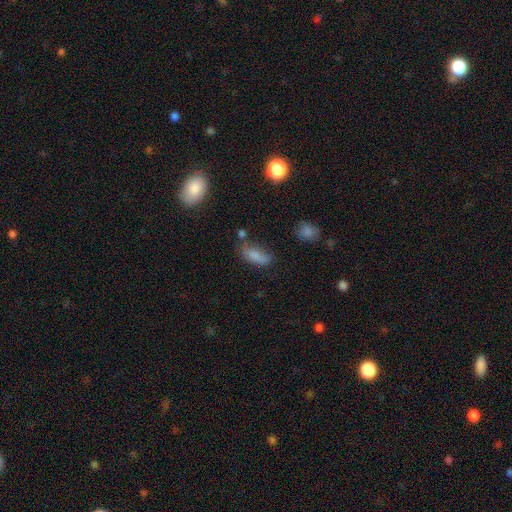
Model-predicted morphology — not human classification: A smooth galaxy with no disk features (77%) that is in between round and cigar-shaped (81%).

Vote fractions:
- Smooth or featured? smooth: 77% / featured or disk: 11% / star or artifact: 11%
- How rounded? in between: 81% / cigar-shaped: 16% / round: 4%
- Merging? none: 46% / minor disturbance: 30% / major disturbance: 14% / merger: 11%